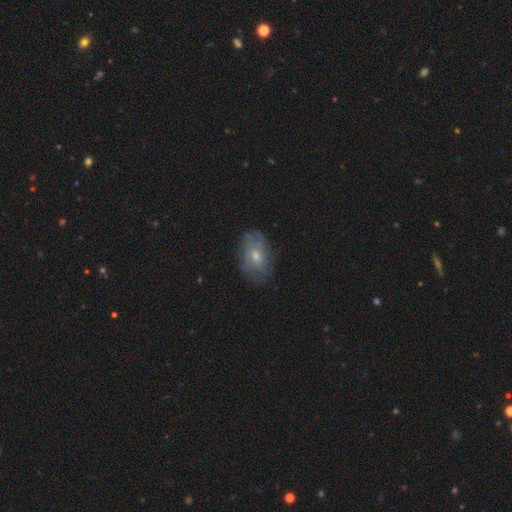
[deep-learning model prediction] Overall: featured or disk (45%; smooth 44%). Merging: none (72%).